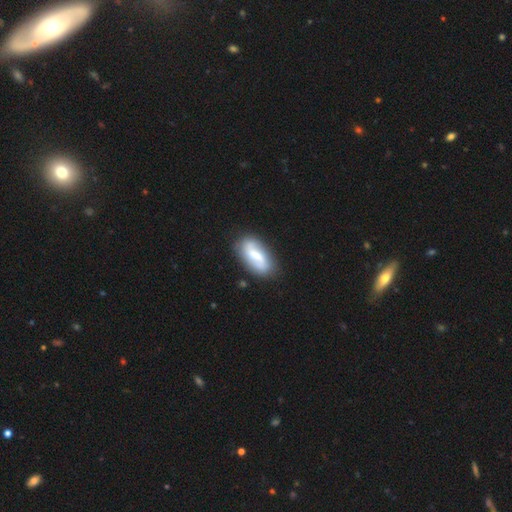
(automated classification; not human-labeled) This appears to be a featured or disk galaxy (55%) with a weak bar (47%), spiral arms (82%) and a moderate central bulge (39%). Merging: none (77%).